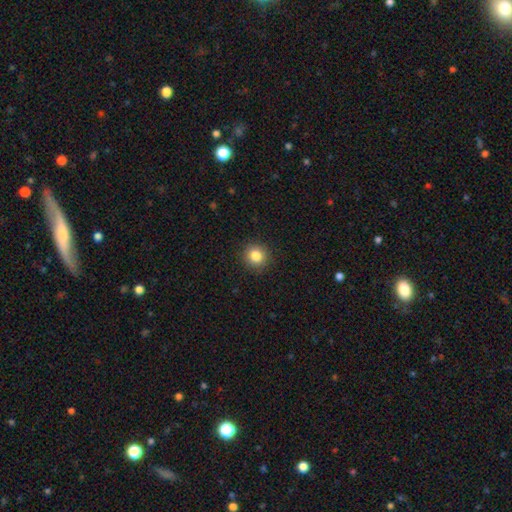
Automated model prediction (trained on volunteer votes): This is clearly a smooth galaxy (84%). How rounded: clearly round (91%). Merging: clearly none (91%).